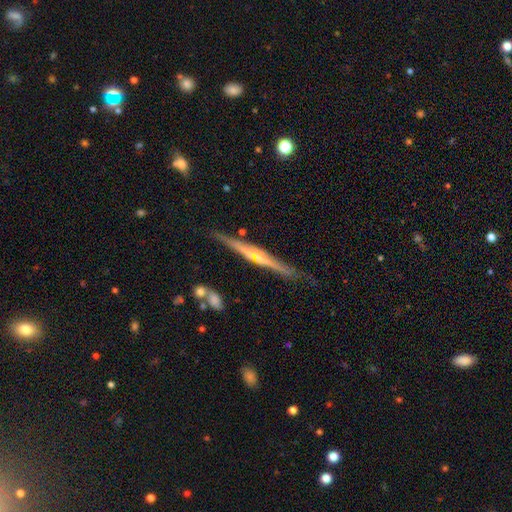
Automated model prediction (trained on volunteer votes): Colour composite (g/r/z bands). It shows a featured or disk galaxy (75%) viewed edge-on (98%) with a rounded central bulge (57%). Merging: none (88%).